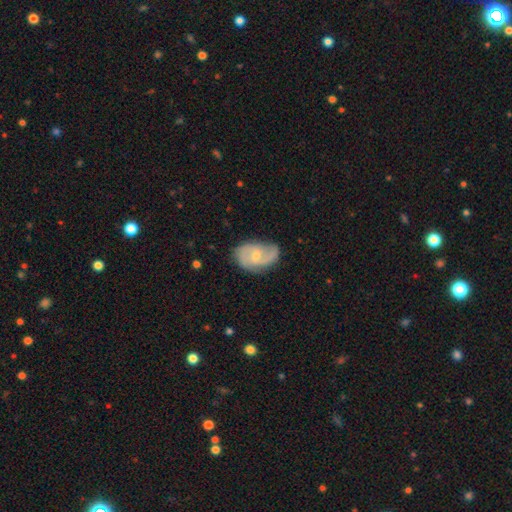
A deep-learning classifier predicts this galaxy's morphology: type=featured or disk (75%); edge-on=no (97%); bar=no (52%); spiral arms=yes (92%); winding=medium (48%); arm count=2 (77%); bulge=small (62%); merging=none (66%).